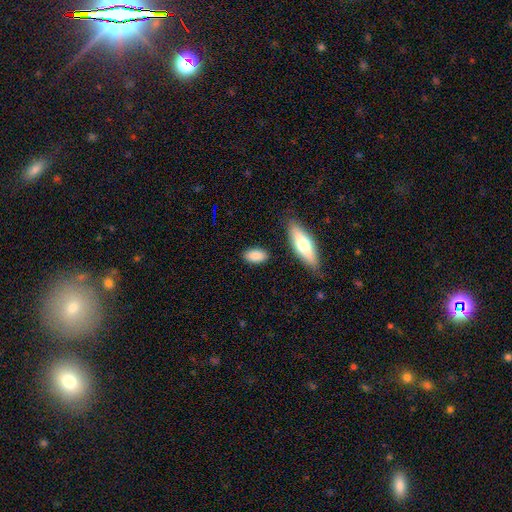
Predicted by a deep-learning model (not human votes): Overall: smooth (86%). How rounded: in between (89%). Merging: none (84%).